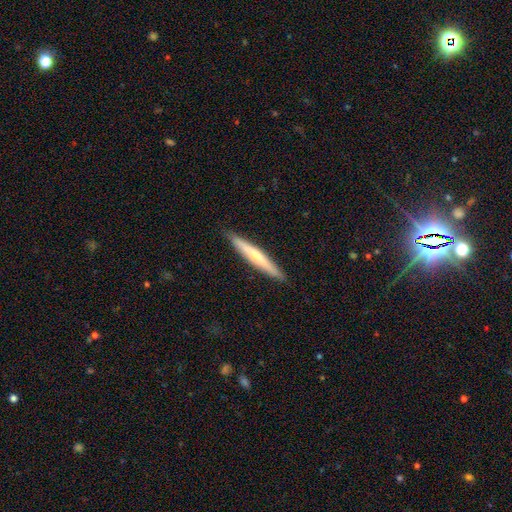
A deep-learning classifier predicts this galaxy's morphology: Smooth or featured? featured or disk (48%)
Merging? none (91%)